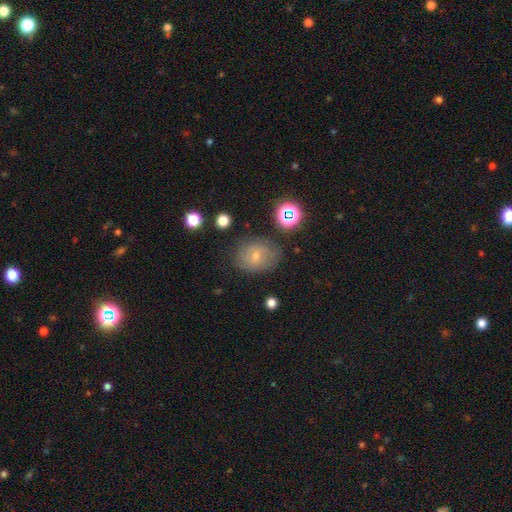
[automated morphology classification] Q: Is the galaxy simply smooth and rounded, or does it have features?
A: smooth — 47%.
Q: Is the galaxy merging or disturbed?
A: none — 74%.